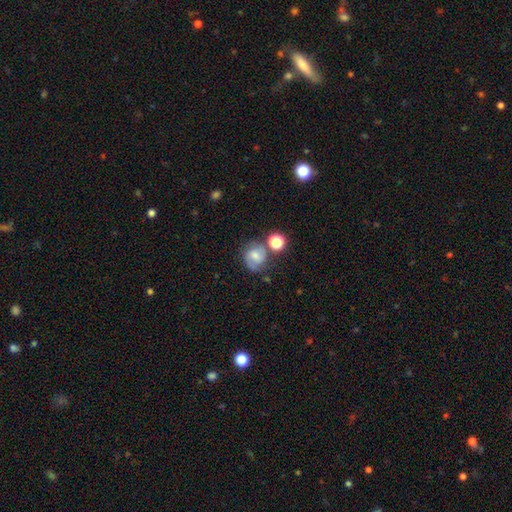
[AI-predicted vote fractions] A featured or disk galaxy (52%) with no bar (46%), spiral arms (87%) and a moderate central bulge (46%). Merging: none (58%).